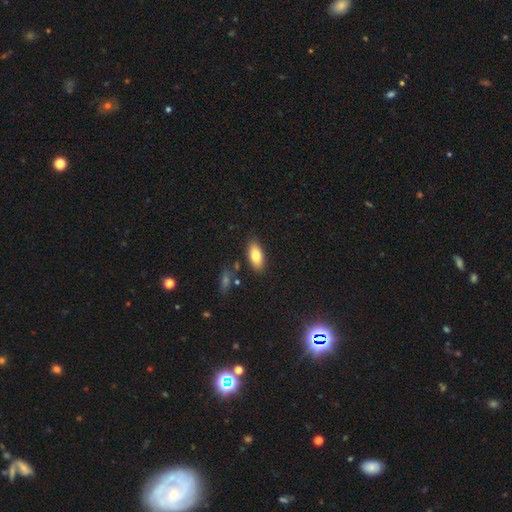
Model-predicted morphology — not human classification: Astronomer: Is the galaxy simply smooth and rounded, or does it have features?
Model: smooth — 78%.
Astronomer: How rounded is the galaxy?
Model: in between — 88%.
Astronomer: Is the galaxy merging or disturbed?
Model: none — 83%.